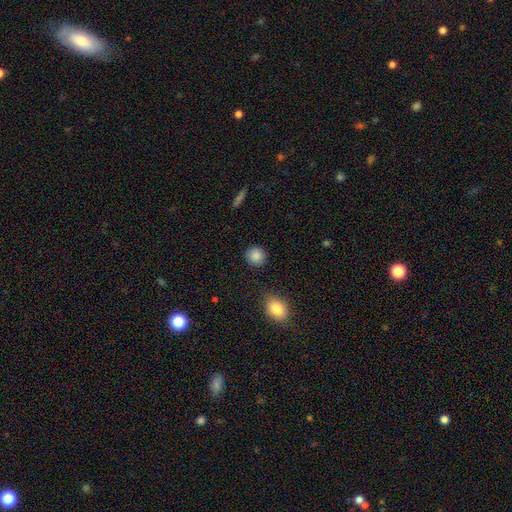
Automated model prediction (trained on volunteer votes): Smooth or featured? smooth (88%)
How rounded? round (88%)
Merging? none (88%)